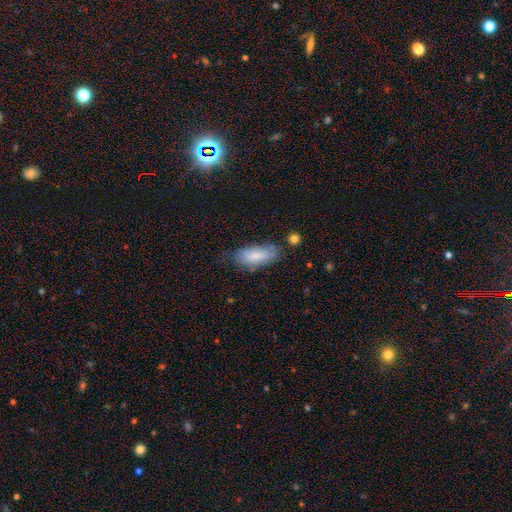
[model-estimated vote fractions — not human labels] Smooth or featured? smooth (78%)
How rounded? in between (83%)
Merging? none (62%)